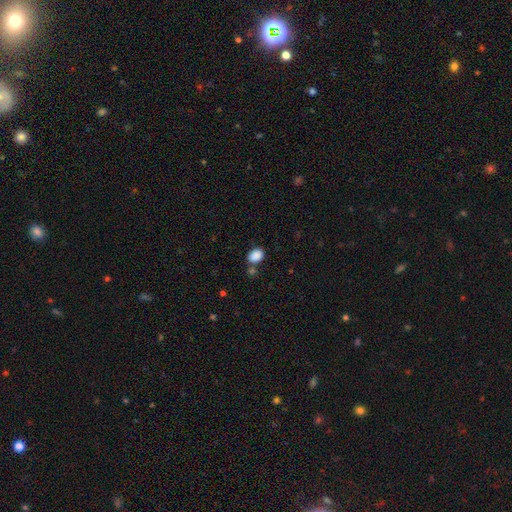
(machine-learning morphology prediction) Smooth or featured: smooth — 87% (star or artifact — 9%)
How rounded: in between — 69% (round — 29%)
Merging: none — 64% (merger — 17%)